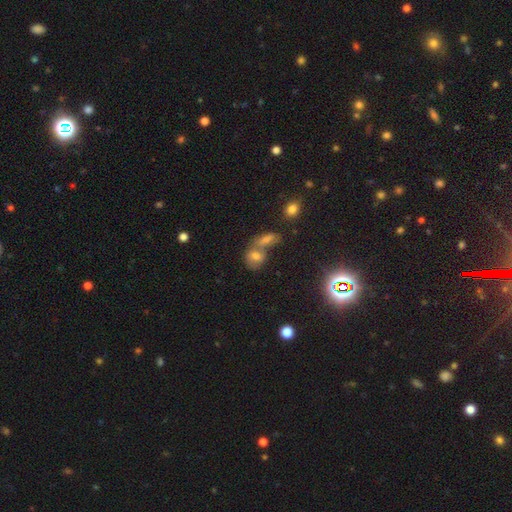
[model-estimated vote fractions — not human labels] This is marginally a smooth galaxy (41%). Merging: possibly merger (53%).